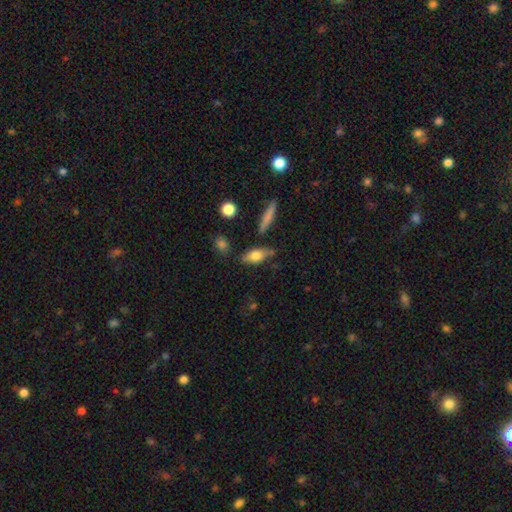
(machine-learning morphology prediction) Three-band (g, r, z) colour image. It shows a smooth galaxy with no disk features (71%) that is in between round and cigar-shaped (75%). Merging: none (67%).